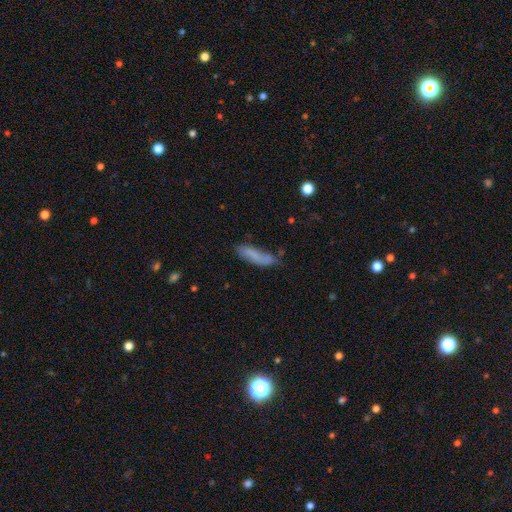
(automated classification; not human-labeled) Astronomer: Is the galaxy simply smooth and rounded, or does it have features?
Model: smooth — 68%.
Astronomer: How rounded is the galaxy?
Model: cigar-shaped — 60% (runner-up: in between, 37%).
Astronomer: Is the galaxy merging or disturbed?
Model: none — 54%.